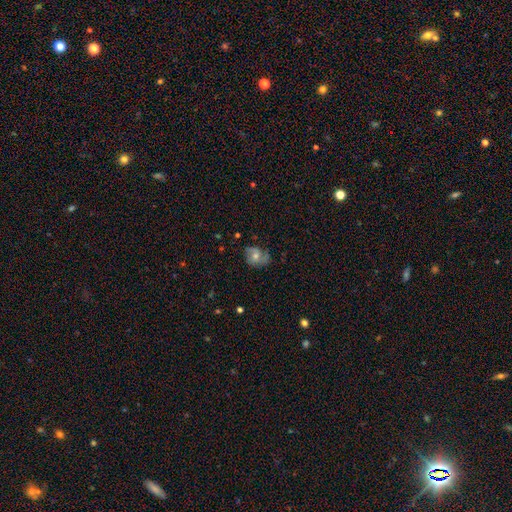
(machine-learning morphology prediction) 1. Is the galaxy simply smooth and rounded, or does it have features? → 54% featured or disk, 35% smooth, 11% star or artifact.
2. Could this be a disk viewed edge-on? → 96% no, 4% yes.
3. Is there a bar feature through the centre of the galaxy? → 68% no, 26% weak, 6% strong.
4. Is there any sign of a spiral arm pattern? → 79% yes, 21% no.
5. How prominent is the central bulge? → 61% moderate, 31% small, 5% large, 2% none, 1% dominant.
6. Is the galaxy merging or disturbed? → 61% none, 25% minor disturbance, 12% major disturbance, 2% merger.